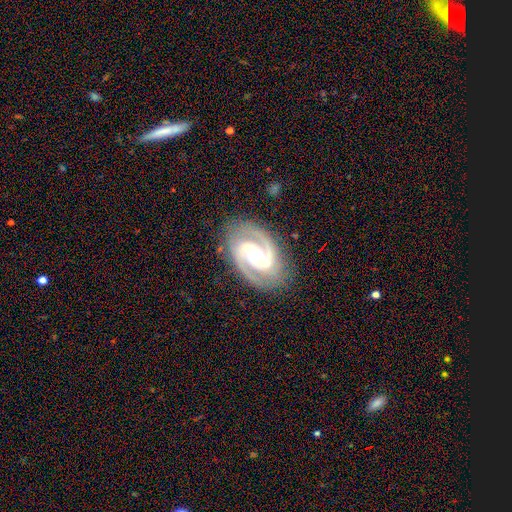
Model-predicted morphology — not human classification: featured or disk 93%, star or artifact 4%, smooth 3%. Down the decision tree: edge-on disk — no (98%); bar — weak (40%); spiral arms — yes (98%); spiral arm count — 2 (93%); spiral winding — medium (60%); bulge size — moderate (66%); merging — none (84%).